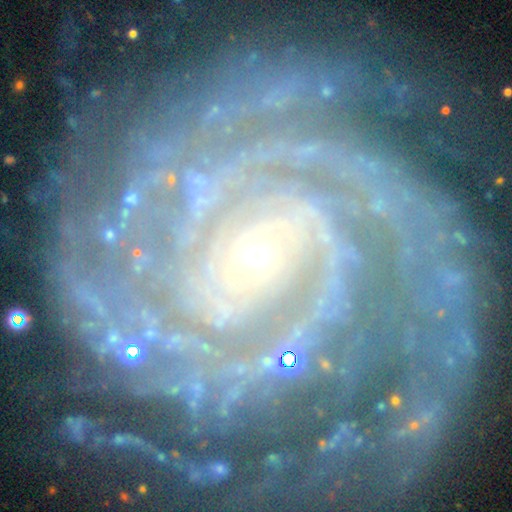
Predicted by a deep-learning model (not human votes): Smooth or featured? featured or disk (91%)
Edge-on disk? no (98%)
Bar? no (49%)
Spiral arms? yes (98%)
Spiral winding? tight (81%)
Spiral arm count? 2 (21%)
Bulge size? small (85%)
Merging? none (71%)